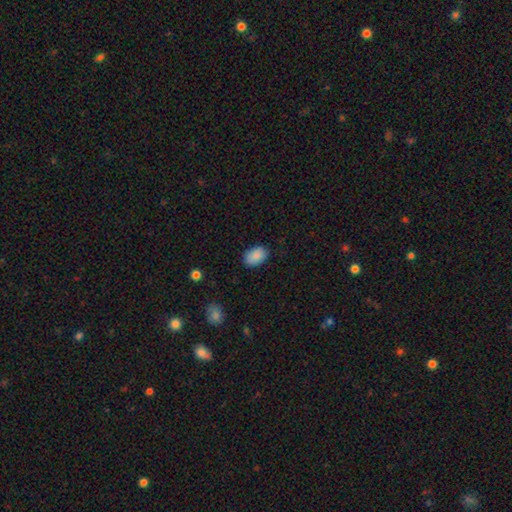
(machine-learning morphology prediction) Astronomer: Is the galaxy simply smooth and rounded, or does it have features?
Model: smooth — 88%.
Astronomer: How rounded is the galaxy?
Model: in between — 88%.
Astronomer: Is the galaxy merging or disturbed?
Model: none — 84%.